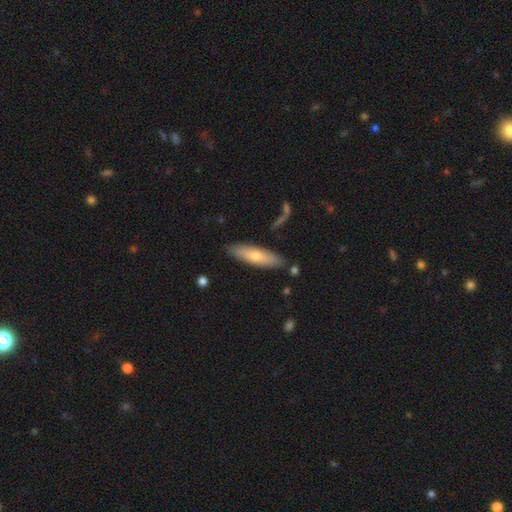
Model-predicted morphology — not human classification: This appears to be a smooth galaxy with no disk features (62%) that is cigar-shaped (67%). Merging: none (85%).